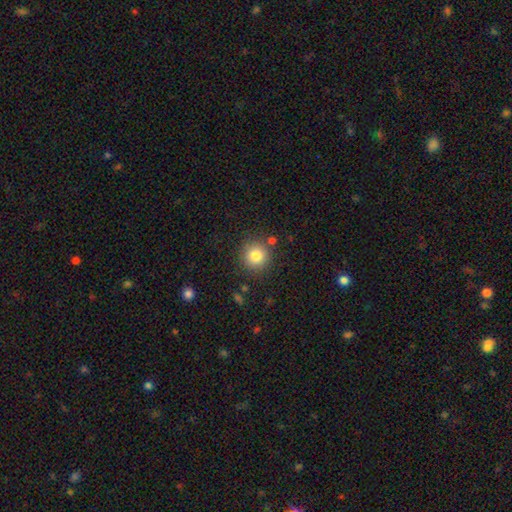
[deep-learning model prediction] Smooth or featured: smooth — 82% (star or artifact — 11%)
How rounded: round — 93% (in between — 6%)
Merging: none — 85% (minor disturbance — 8%)